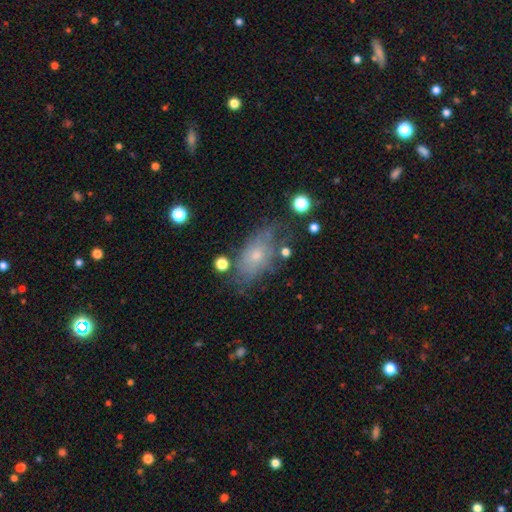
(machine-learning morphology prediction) Overall: smooth (48%; featured or disk 42%). Merging: none (53%; minor disturbance 26%).